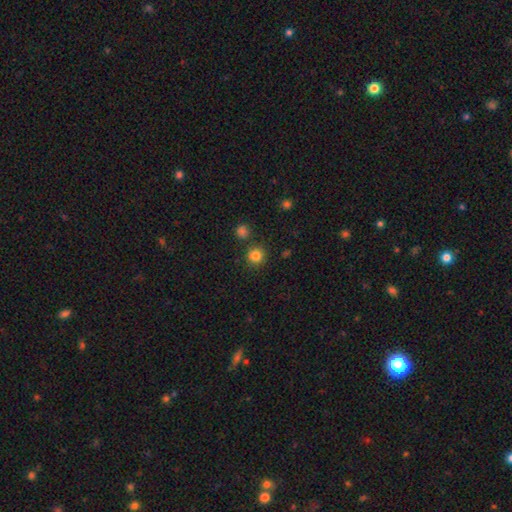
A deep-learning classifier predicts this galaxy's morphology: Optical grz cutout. It shows a smooth galaxy with no disk features (83%) that is round (93%). Merging: none (85%).